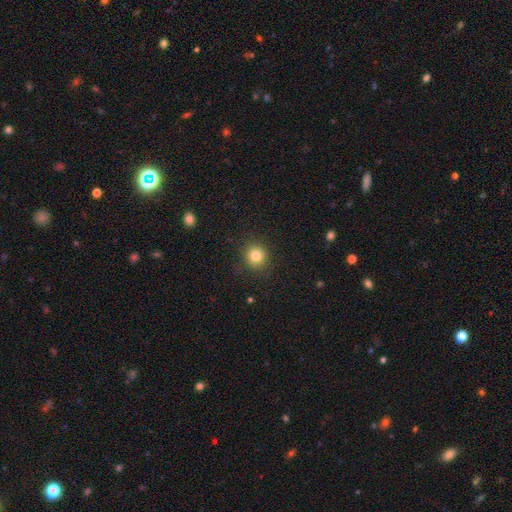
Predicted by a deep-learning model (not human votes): Q: Smooth or featured?
A: smooth (83%); runner-up: star or artifact (12%)
Q: How rounded?
A: round (91%); runner-up: in between (9%)
Q: Merging?
A: none (89%); runner-up: minor disturbance (7%)